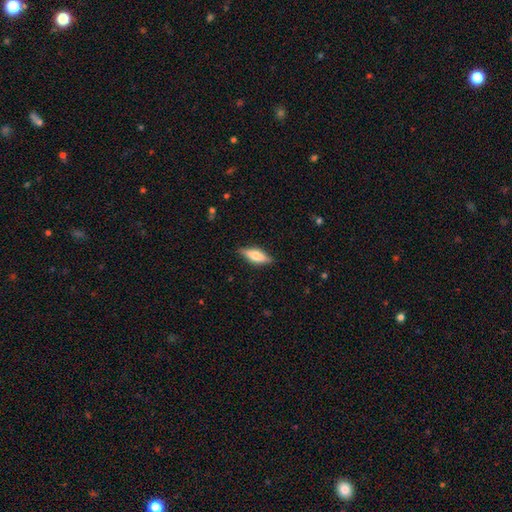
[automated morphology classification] Overall: smooth (58%; featured or disk 36%). How rounded: in between (61%; cigar-shaped 37%). Merging: none (85%).